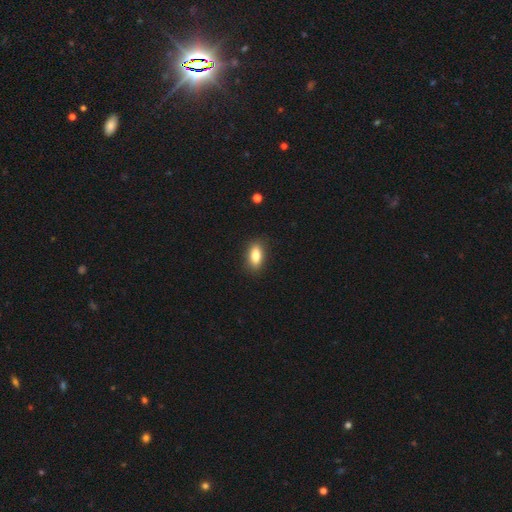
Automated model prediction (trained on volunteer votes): smooth_or_featured: smooth (p=0.84) [alt: star or artifact p=0.08]
how_rounded: in between (p=0.86) [alt: cigar-shaped p=0.09]
merging: none (p=0.87) [alt: minor disturbance p=0.10]